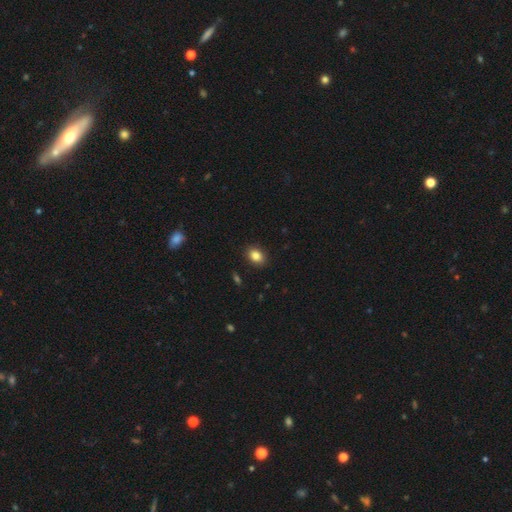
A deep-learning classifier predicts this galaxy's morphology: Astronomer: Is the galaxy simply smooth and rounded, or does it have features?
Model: smooth — 85%.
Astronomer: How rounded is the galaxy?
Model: in between — 70%.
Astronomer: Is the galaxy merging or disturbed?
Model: none — 89%.